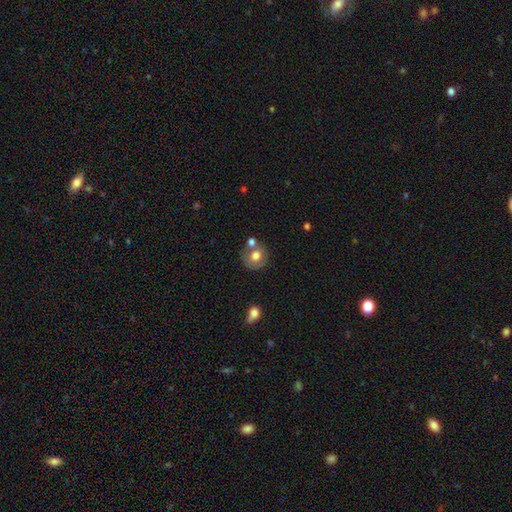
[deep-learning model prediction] Smooth or featured: smooth — 70% (featured or disk — 21%)
How rounded: round — 80% (in between — 20%)
Merging: none — 53% (merger — 25%)